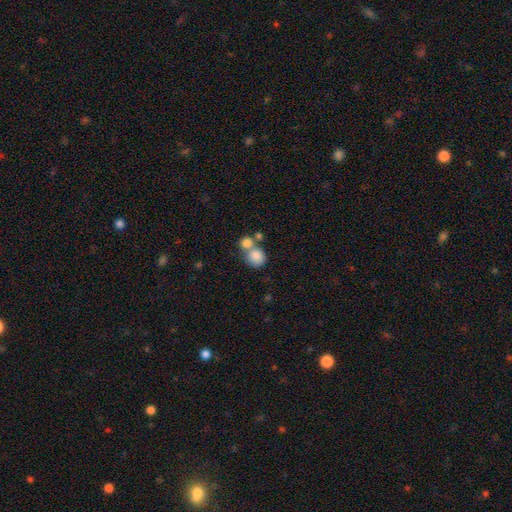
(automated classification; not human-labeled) Q: Smooth or featured?
A: smooth (83%); runner-up: star or artifact (9%)
Q: How rounded?
A: round (83%); runner-up: in between (16%)
Q: Merging?
A: merger (48%); runner-up: none (39%)